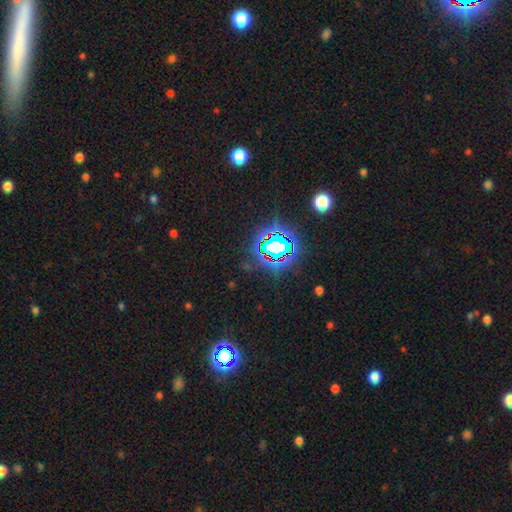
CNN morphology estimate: smooth_or_featured: star or artifact (p=0.84) [alt: smooth p=0.10]